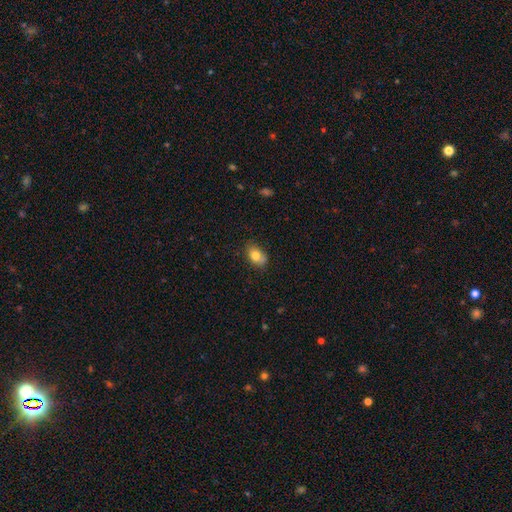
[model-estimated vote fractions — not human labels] A smooth galaxy with no disk features (79%) that is in between round and cigar-shaped (82%). Merging: none (73%).